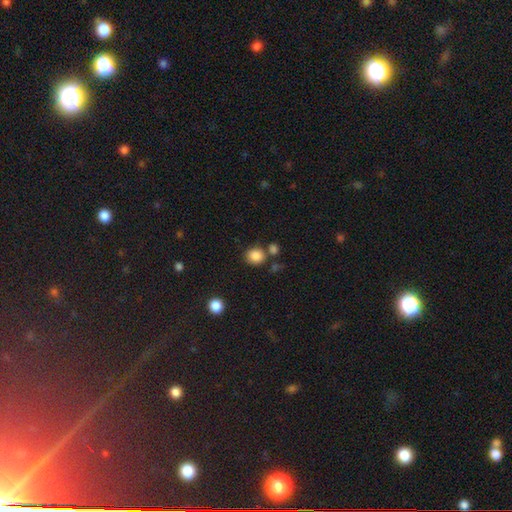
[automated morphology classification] This appears to be a smooth galaxy with no disk features (86%) that is round (81%). Merging: none (72%).